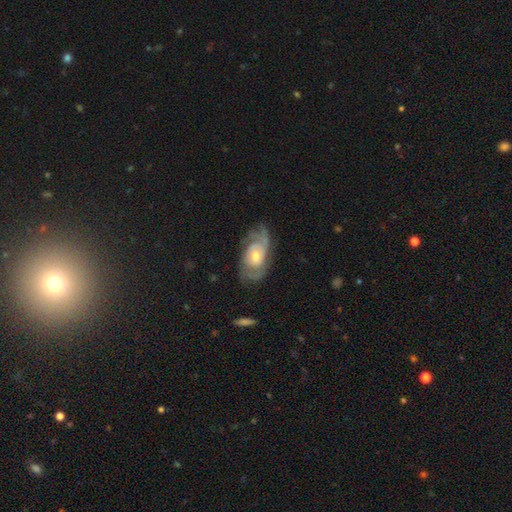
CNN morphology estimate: A featured or disk galaxy (82%) with no bar (66%), 2 (45%) tight (53%) spiral arms (93%) and a moderate central bulge (57%). Merging: none (67%).